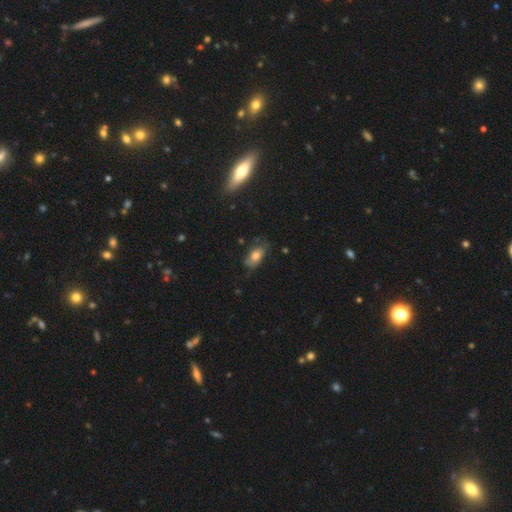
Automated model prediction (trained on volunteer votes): Smooth or featured: smooth — 68% (featured or disk — 23%)
How rounded: in between — 87% (cigar-shaped — 7%)
Merging: none — 59% (minor disturbance — 28%)